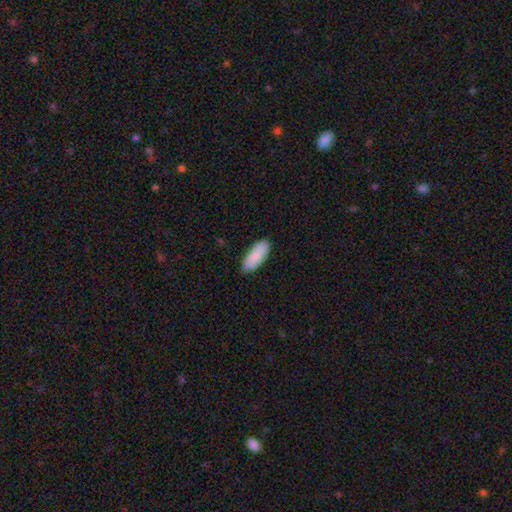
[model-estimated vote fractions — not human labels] smooth-or-featured: smooth: 86% | featured or disk: 9% | star or artifact: 5%
  how-rounded: in between: 80% | cigar-shaped: 18% | round: 2%
  merging: none: 83% | minor disturbance: 14% | major disturbance: 2% | merger: 1%